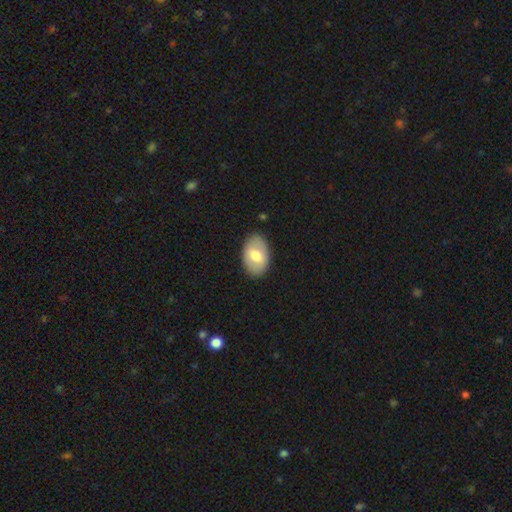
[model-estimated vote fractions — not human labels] A smooth galaxy with no disk features (66%) that is in between round and cigar-shaped (90%). Merging: none (85%).